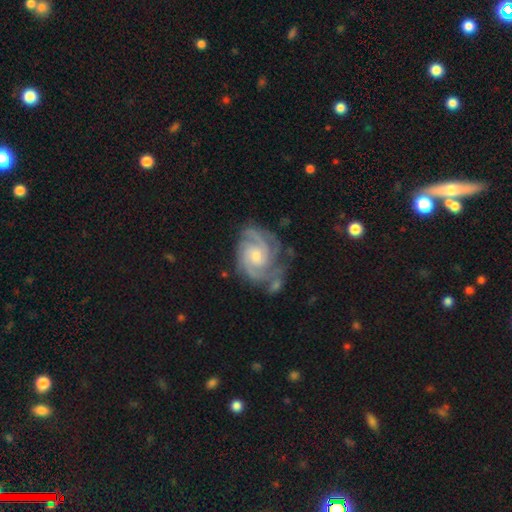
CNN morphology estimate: smooth-or-featured: featured or disk: 89% | smooth: 6% | star or artifact: 5%
  disk-edge-on: no: 98% | yes: 2%
    bar: no: 64% | weak: 31% | strong: 5%
    has-spiral-arms: yes: 98% | no: 2%
      spiral-winding: tight: 57% | medium: 37% | loose: 6%
      spiral-arm-count: 3: 36% | 2: 32% | can't tell: 14% | 4: 9% | 1: 5% | more than 4: 4%
    bulge-size: moderate: 49% | small: 44% | large: 3% | none: 3% | dominant: 1%
  merging: none: 64% | minor disturbance: 21% | major disturbance: 9% | merger: 6%